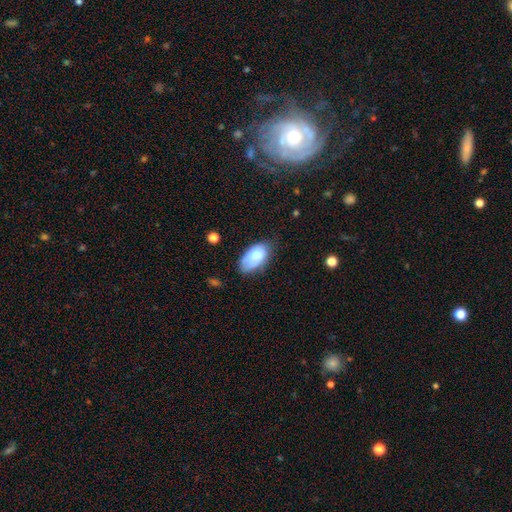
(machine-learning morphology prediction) Smooth or featured? Predicted: smooth (p=0.78). How rounded? Predicted: in between (p=0.94). Merging? Predicted: none (p=0.56).